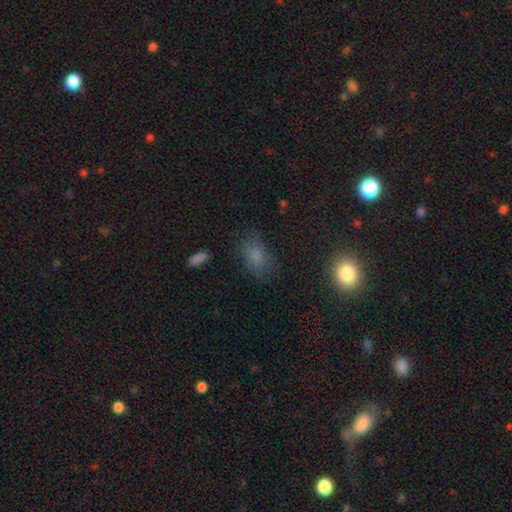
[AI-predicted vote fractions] Smooth or featured?
  - smooth: 76% *
  - star or artifact: 16%
  - featured or disk: 8%
How rounded?
  - in between: 80% *
  - round: 17%
  - cigar-shaped: 3%
Merging?
  - none: 67% *
  - minor disturbance: 21%
  - major disturbance: 10%
  - merger: 2%